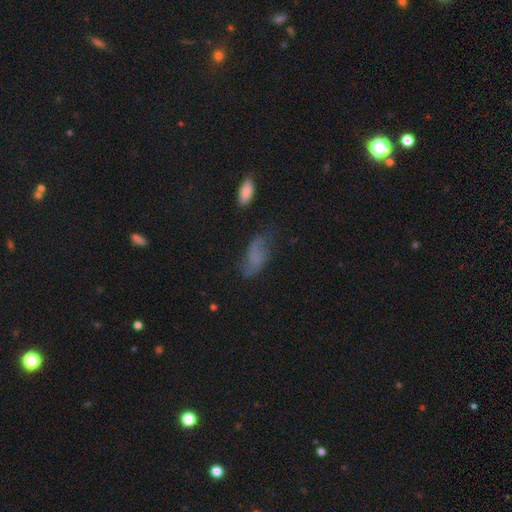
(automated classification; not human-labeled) Smooth or featured? Predicted: smooth (p=0.58). How rounded? Predicted: in between (p=0.86). Merging? Predicted: none (p=0.47).